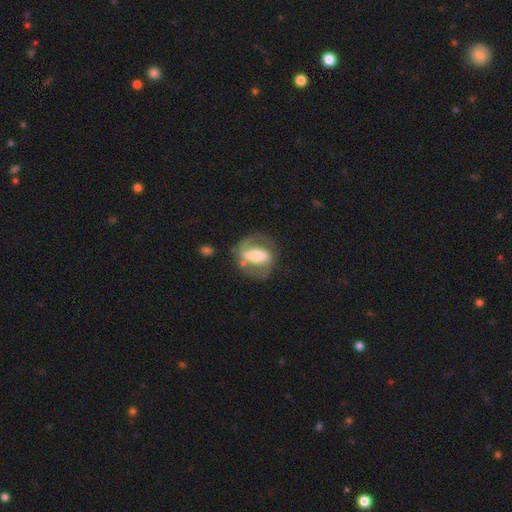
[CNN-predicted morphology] type=featured or disk (73%); edge-on=no (93%); bar=strong (61%); spiral arms=yes (78%); winding=medium (47%); arm count=2 (82%); bulge=moderate (47%); merging=none (66%).